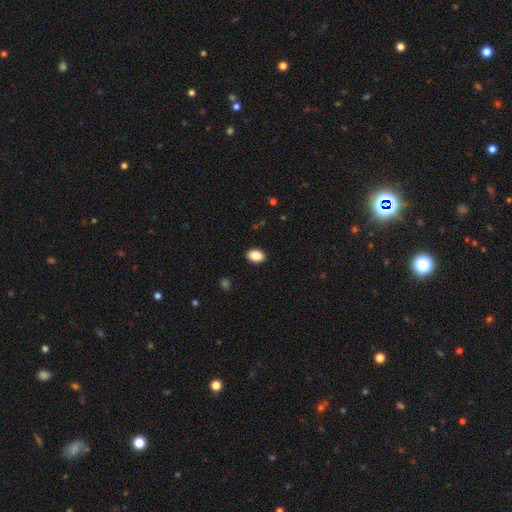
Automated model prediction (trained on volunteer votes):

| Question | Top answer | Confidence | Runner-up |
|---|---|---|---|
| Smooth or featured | smooth | 88% | star or artifact (8%) |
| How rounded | in between | 84% | round (15%) |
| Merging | none | 90% | minor disturbance (7%) |